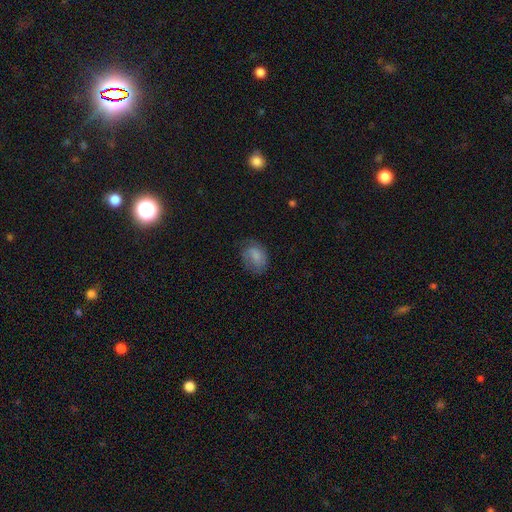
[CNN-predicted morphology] Smooth or featured? smooth (66%)
How rounded? in between (65%)
Merging? none (61%)